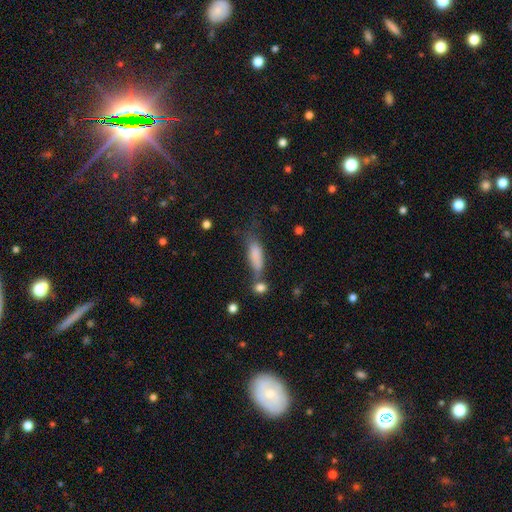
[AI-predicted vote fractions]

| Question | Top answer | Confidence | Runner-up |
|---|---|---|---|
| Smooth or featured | smooth | 78% | featured or disk (14%) |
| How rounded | in between | 50% | cigar-shaped (46%) |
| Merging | none | 37% | minor disturbance (27%) |